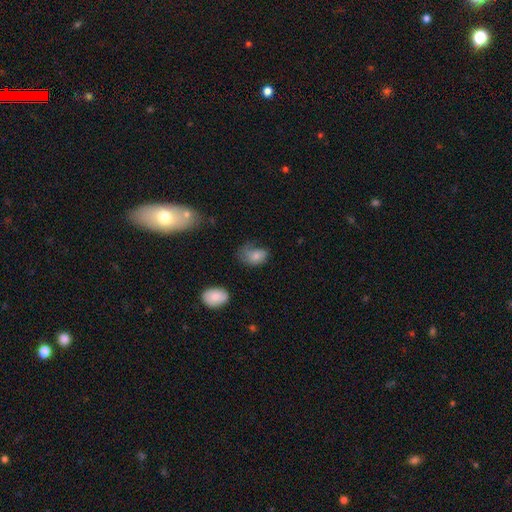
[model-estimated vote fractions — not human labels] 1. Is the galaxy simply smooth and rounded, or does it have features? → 74% smooth, 17% featured or disk, 9% star or artifact.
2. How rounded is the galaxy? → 81% in between, 17% round, 1% cigar-shaped.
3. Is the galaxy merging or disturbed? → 34% minor disturbance, 32% major disturbance, 31% none, 3% merger.